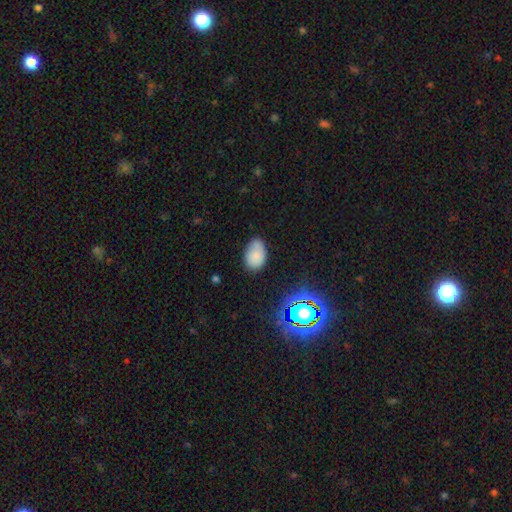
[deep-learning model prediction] Morphology: type=smooth (79%); roundness=in between (87%); merging=none (65%).